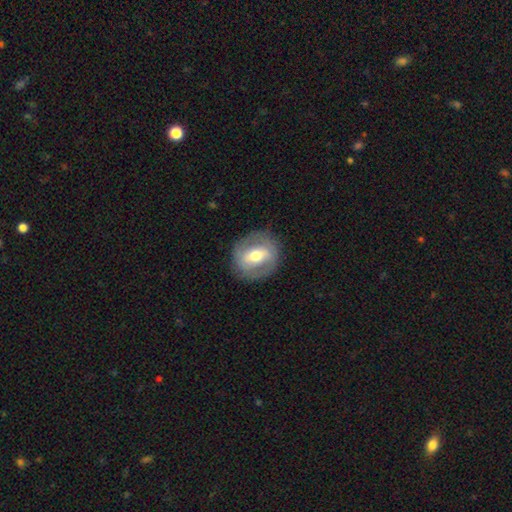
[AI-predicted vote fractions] Morphology: type=featured or disk (58%); edge-on=no (92%); bar=strong (40%); spiral arms=no (56%); bulge=moderate (70%); merging=none (82%).